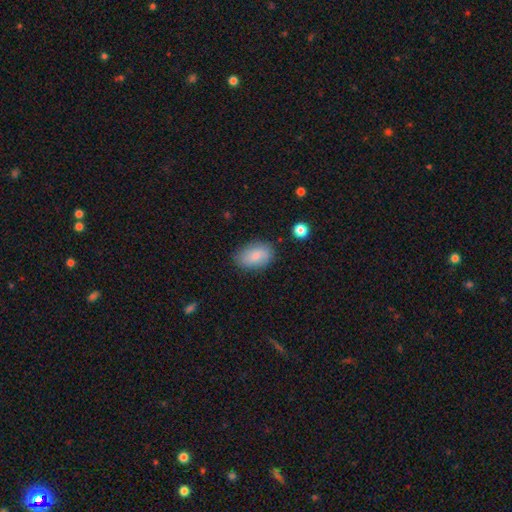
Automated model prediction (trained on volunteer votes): The model was most divided on "merging": none: 79%, minor disturbance: 16%, major disturbance: 3%, merger: 2%. More confident: how rounded — in between (91%); smooth or featured — smooth (81%).